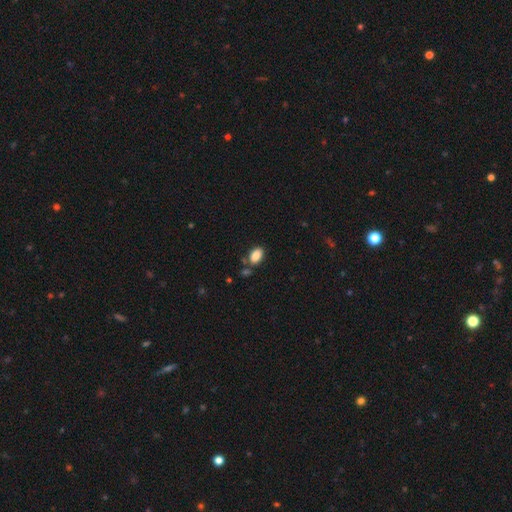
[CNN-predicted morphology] Smooth or featured?
  - smooth: 87% *
  - star or artifact: 8%
  - featured or disk: 5%
How rounded?
  - in between: 90% *
  - round: 8%
  - cigar-shaped: 2%
Merging?
  - none: 70% *
  - minor disturbance: 14%
  - merger: 12%
  - major disturbance: 4%